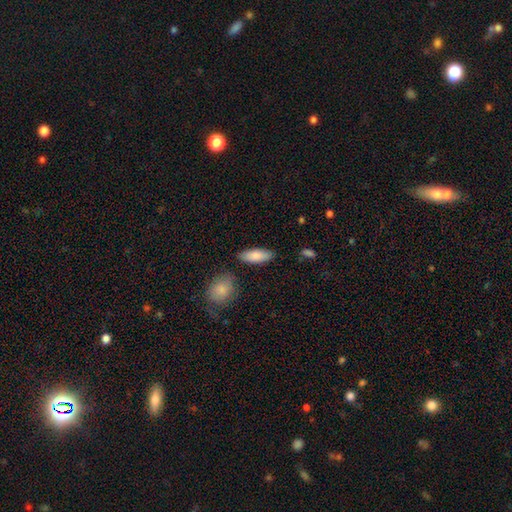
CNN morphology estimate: A smooth galaxy with no disk features (84%) that is in between round and cigar-shaped (77%).

Vote fractions:
- Smooth or featured? smooth: 84% / featured or disk: 10% / star or artifact: 6%
- How rounded? in between: 77% / cigar-shaped: 21% / round: 2%
- Merging? none: 83% / minor disturbance: 11% / merger: 4% / major disturbance: 2%